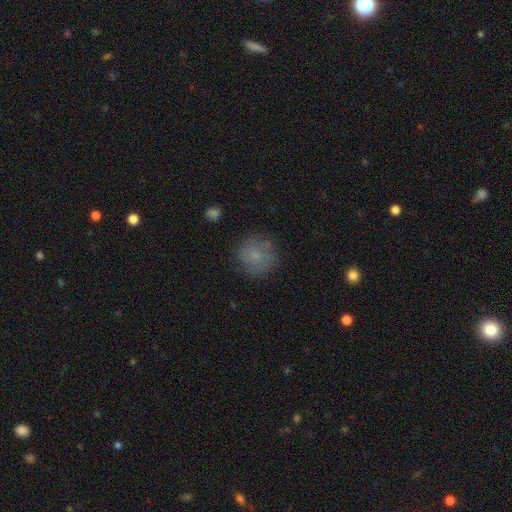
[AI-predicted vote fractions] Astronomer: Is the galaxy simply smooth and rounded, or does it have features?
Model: smooth — 71%.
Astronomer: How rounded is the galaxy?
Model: round — 91%.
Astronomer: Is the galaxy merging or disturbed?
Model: none — 77%.